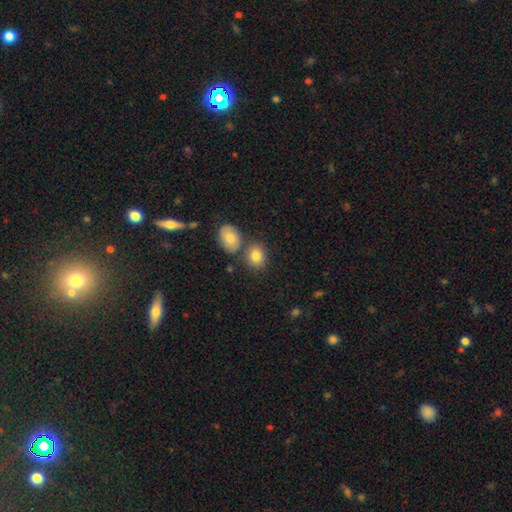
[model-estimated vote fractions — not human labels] This appears to be a smooth galaxy with no disk features (82%) that is round (51%). Merging: none (62%).